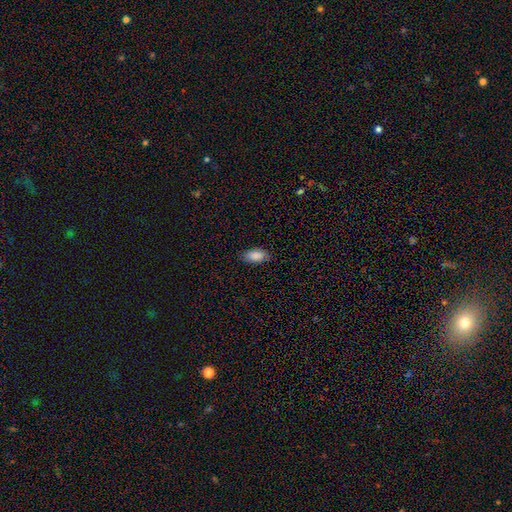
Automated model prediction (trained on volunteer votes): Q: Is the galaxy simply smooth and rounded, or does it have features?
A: smooth — 87%.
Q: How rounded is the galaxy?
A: in between — 91%.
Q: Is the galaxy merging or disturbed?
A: none — 85%.